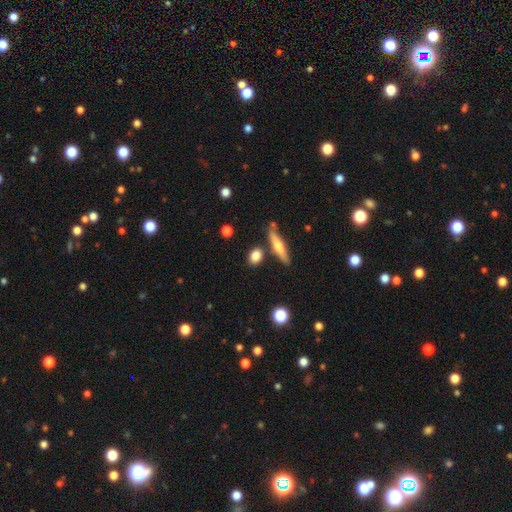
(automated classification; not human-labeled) Smooth or featured? smooth (78%)
How rounded? round (44%)
Merging? none (74%)